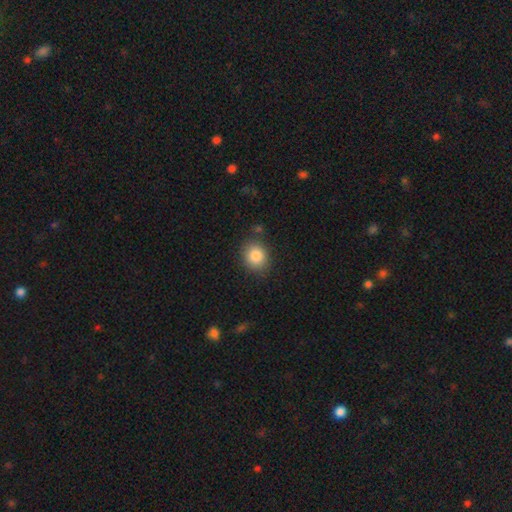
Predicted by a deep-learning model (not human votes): Overall: smooth (85%). How rounded: round (65%; in between 34%). Merging: none (84%).